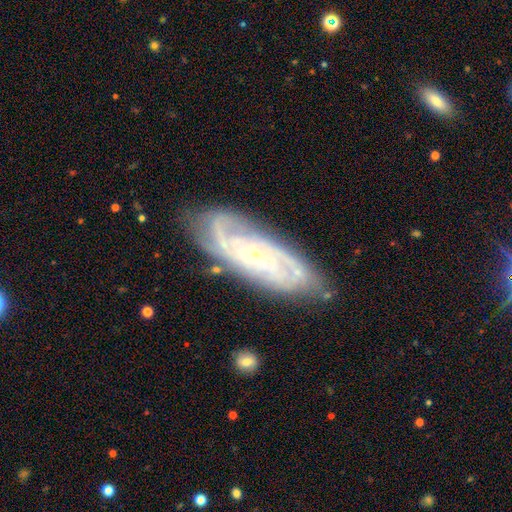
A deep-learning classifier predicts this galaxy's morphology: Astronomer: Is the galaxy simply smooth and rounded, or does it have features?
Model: featured or disk — 87%.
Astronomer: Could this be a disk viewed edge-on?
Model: no — 90%.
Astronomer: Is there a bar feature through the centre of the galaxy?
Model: no — 72%.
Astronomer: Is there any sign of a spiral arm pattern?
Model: yes — 96%.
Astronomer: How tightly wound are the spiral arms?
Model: tight — 65%.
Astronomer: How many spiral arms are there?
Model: can't tell — 27% (runner-up: 3, 25%).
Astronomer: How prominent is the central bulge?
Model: small — 74%.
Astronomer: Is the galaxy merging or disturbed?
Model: none — 77%.